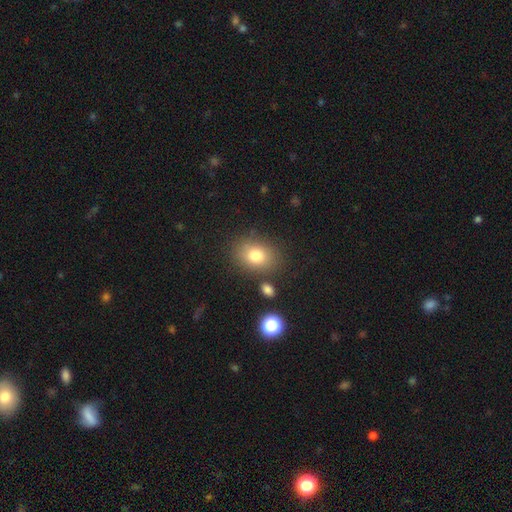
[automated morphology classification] type=smooth (79%); roundness=in between (63%); merging=none (79%).